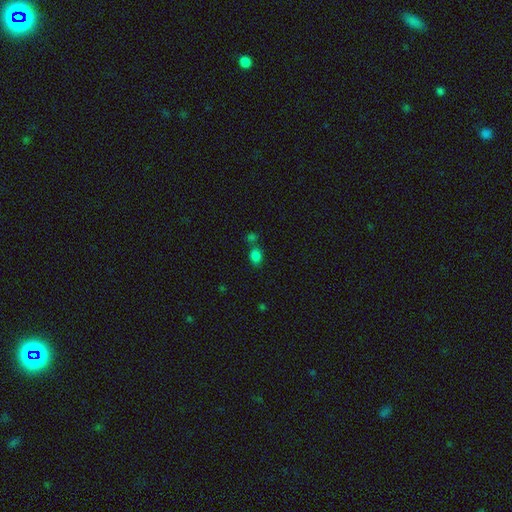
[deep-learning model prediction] Smooth or featured? Predicted: smooth (p=0.80). How rounded? Predicted: in between (p=0.63). Merging? Predicted: none (p=0.60).